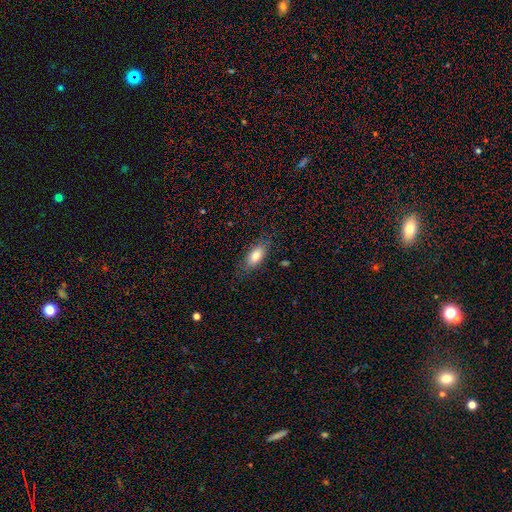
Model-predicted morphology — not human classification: A smooth galaxy with no disk features (81%) that is in between round and cigar-shaped (87%).

Vote fractions:
- Smooth or featured? smooth: 81% / featured or disk: 12% / star or artifact: 7%
- How rounded? in between: 87% / cigar-shaped: 10% / round: 3%
- Merging? none: 80% / minor disturbance: 15% / major disturbance: 4% / merger: 1%